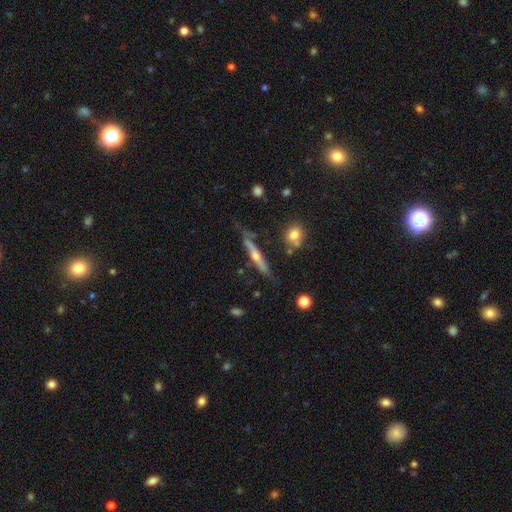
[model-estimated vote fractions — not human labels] Morphology: type=featured or disk (66%); edge-on=yes (93%); edge-on bulge=rounded (74%); merging=none (70%).